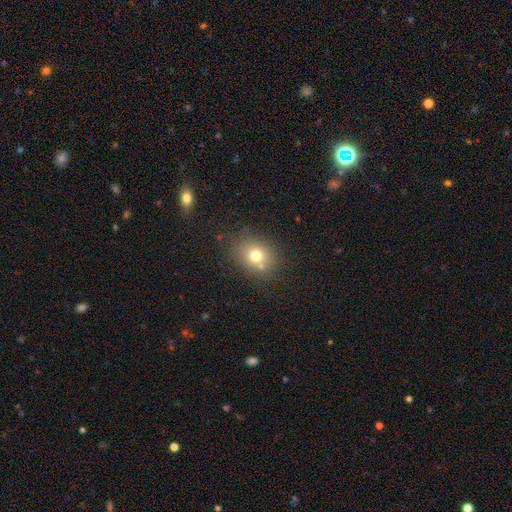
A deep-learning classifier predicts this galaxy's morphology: A smooth galaxy with no disk features (73%) that is round (57%). Merging: none (72%).